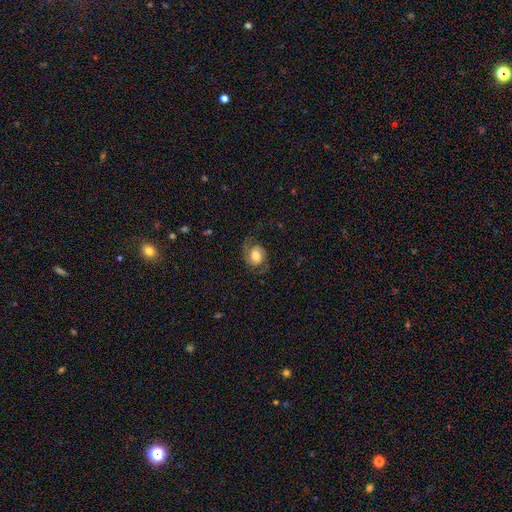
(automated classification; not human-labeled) featured or disk 63%, smooth 29%, star or artifact 8%. Down the decision tree: edge-on disk — no (97%); bar — no (70%); spiral arms — yes (92%); spiral arm count — 2 (89%); spiral winding — medium (45%); bulge size — large (42%); merging — none (69%).